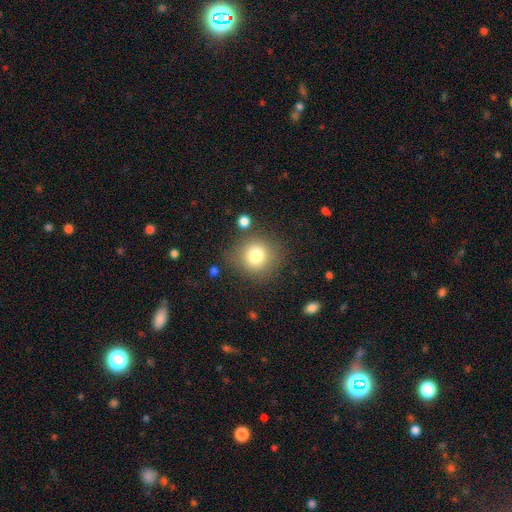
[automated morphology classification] This is likely a smooth galaxy (79%). How rounded: clearly round (90%). Merging: clearly none (81%).